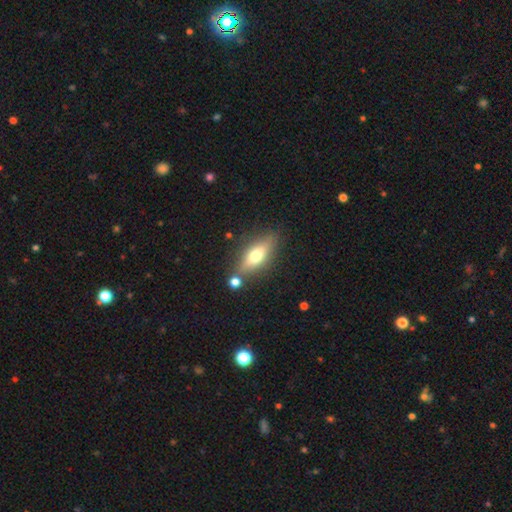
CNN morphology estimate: smooth_or_featured: smooth (p=0.56) [alt: featured or disk p=0.36]
how_rounded: in between (p=0.58) [alt: cigar-shaped p=0.38]
merging: none (p=0.74) [alt: minor disturbance p=0.13]